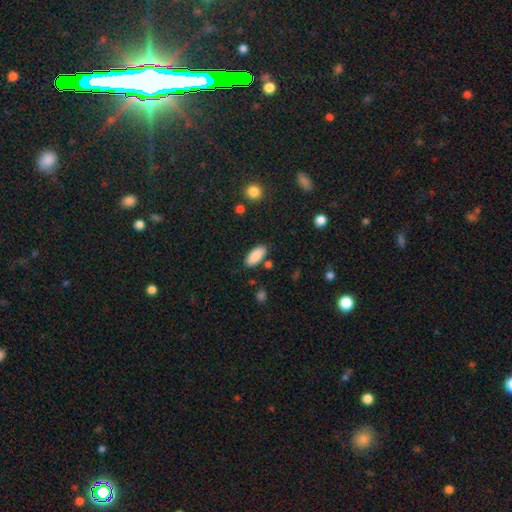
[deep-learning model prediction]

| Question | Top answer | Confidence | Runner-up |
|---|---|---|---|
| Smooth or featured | smooth | 87% | star or artifact (7%) |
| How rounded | in between | 88% | cigar-shaped (10%) |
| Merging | none | 84% | minor disturbance (10%) |